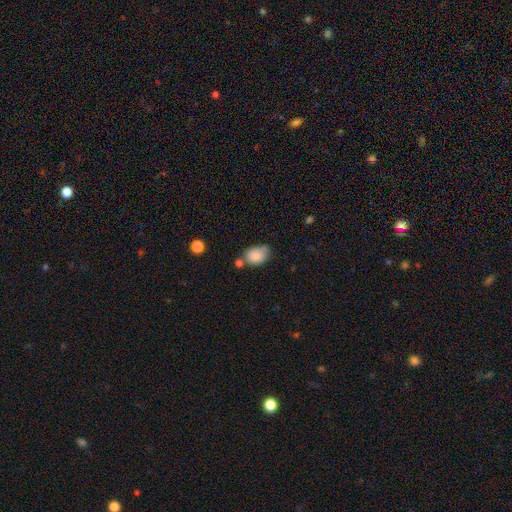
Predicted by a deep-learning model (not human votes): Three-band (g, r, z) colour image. It shows a smooth galaxy with no disk features (83%) that is in between round and cigar-shaped (73%). Merging: none (52%).